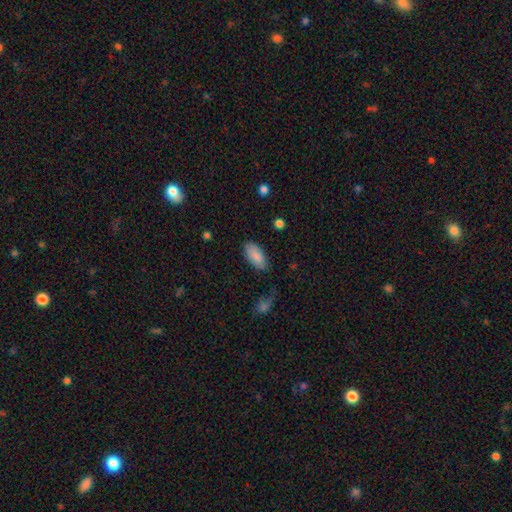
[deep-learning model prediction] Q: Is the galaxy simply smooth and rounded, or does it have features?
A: smooth — 87%.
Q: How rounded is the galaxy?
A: in between — 92%.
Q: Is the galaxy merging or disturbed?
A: none — 79%.